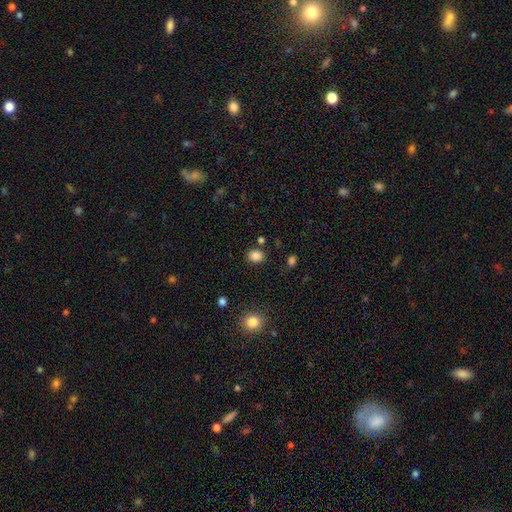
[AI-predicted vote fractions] This appears to be a smooth galaxy with no disk features (85%) that is in between round and cigar-shaped (52%). Merging: none (83%).